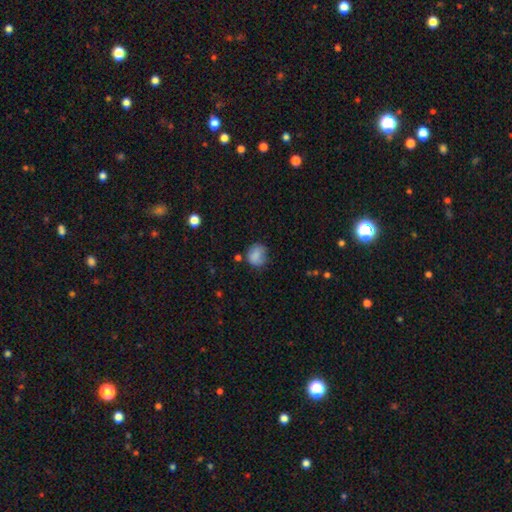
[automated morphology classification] type=smooth (80%); roundness=round (69%); merging=none (57%).